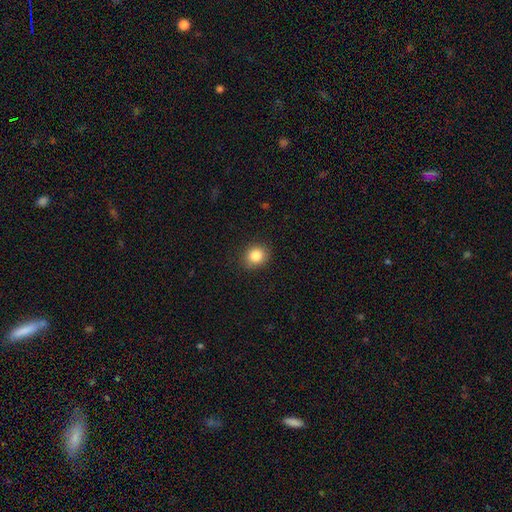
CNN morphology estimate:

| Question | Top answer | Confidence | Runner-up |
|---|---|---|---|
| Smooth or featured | smooth | 85% | star or artifact (10%) |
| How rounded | round | 70% | in between (29%) |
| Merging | none | 88% | minor disturbance (9%) |